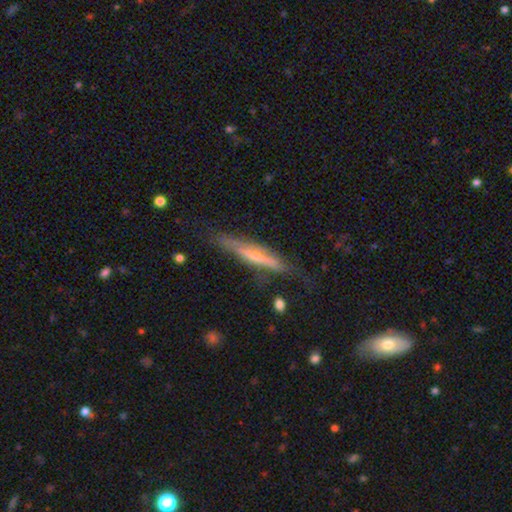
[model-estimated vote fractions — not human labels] The model was most divided on "edge-on bulge": none: 46%, rounded: 40%, boxy: 14%. More confident: edge-on disk — yes (91%); merging — none (69%); smooth or featured — featured or disk (61%).